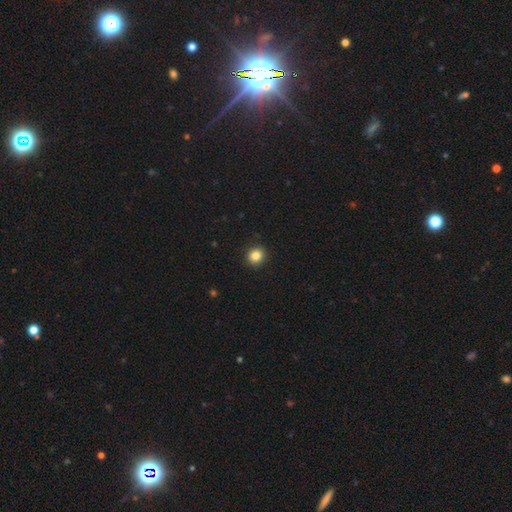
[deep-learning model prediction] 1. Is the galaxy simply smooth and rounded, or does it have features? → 85% smooth, 11% star or artifact, 5% featured or disk.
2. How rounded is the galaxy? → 87% round, 12% in between, 1% cigar-shaped.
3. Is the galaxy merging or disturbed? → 92% none, 6% minor disturbance, 2% major disturbance, 1% merger.